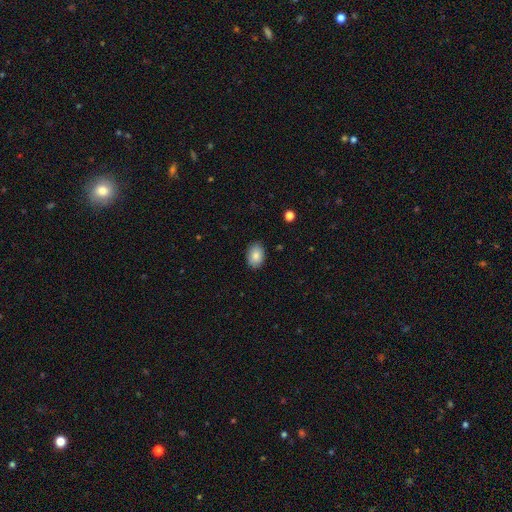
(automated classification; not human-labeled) A smooth galaxy with no disk features (85%) that is in between round and cigar-shaped (79%).

Vote fractions:
- Smooth or featured? smooth: 85% / star or artifact: 8% / featured or disk: 7%
- How rounded? in between: 79% / round: 20% / cigar-shaped: 1%
- Merging? none: 87% / minor disturbance: 10% / major disturbance: 2% / merger: 1%